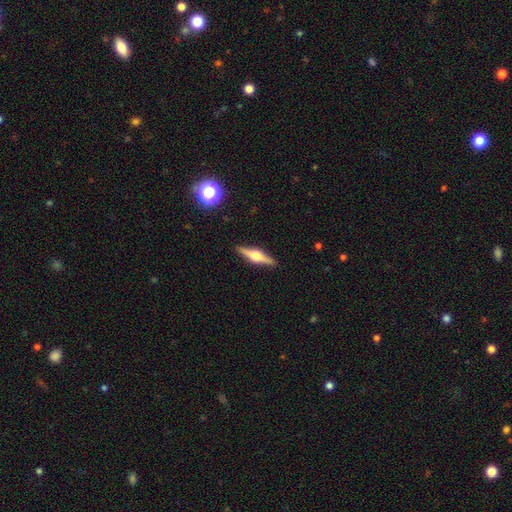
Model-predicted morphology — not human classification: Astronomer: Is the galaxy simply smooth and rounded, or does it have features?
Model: featured or disk — 76%.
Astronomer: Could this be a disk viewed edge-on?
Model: yes — 98%.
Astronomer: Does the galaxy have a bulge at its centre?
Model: rounded — 93%.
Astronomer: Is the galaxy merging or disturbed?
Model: none — 91%.